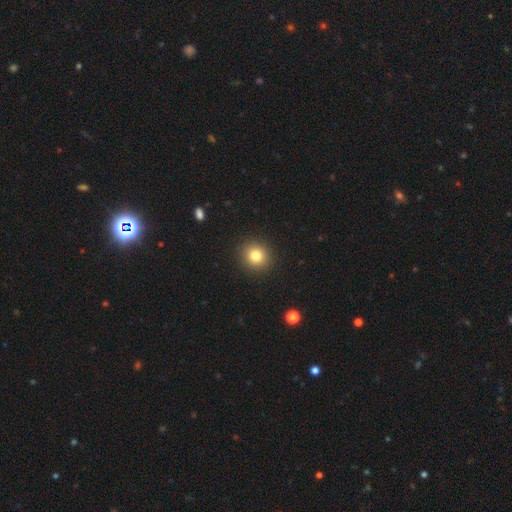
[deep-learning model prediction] Morphology: type=smooth (81%); roundness=round (88%); merging=none (92%).